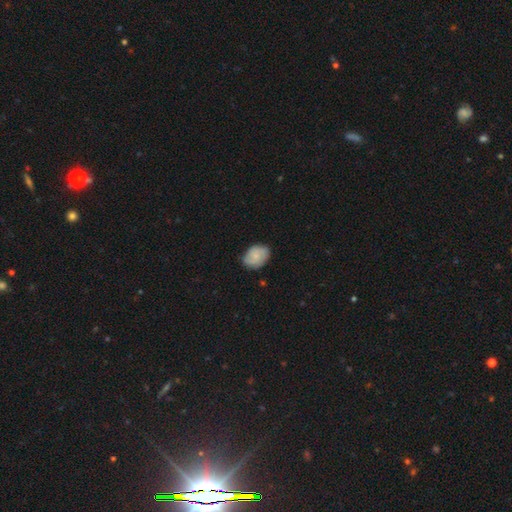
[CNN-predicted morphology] Q: Smooth or featured?
A: smooth (65%); runner-up: featured or disk (28%)
Q: How rounded?
A: in between (74%); runner-up: round (25%)
Q: Merging?
A: none (71%); runner-up: minor disturbance (23%)